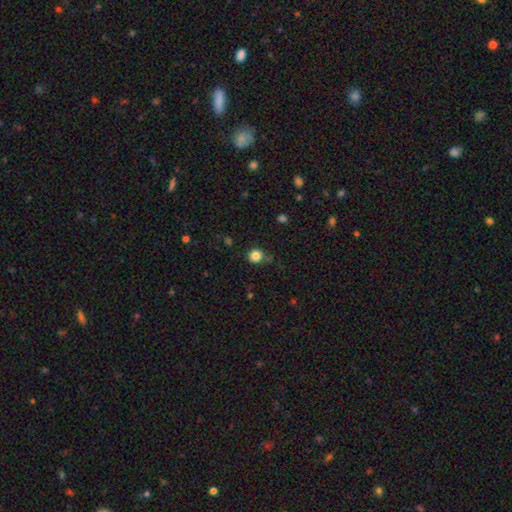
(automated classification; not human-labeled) Q: Smooth or featured?
A: smooth (83%); runner-up: star or artifact (12%)
Q: How rounded?
A: round (90%); runner-up: in between (9%)
Q: Merging?
A: none (78%); runner-up: minor disturbance (14%)